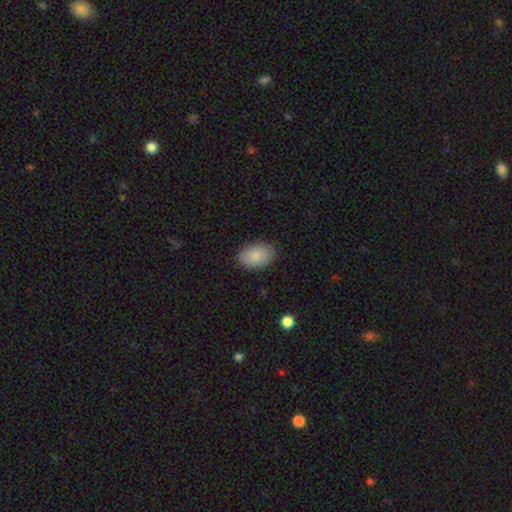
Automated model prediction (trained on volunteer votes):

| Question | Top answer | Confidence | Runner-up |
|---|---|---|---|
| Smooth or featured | smooth | 85% | featured or disk (8%) |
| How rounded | in between | 88% | round (11%) |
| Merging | none | 84% | minor disturbance (12%) |